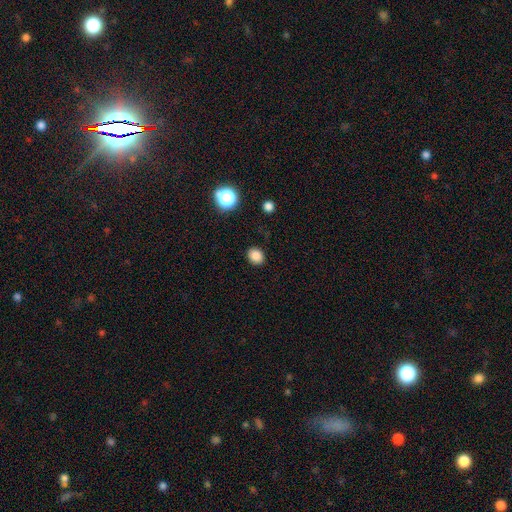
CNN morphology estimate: Smooth or featured: smooth — 84% (star or artifact — 12%)
How rounded: round — 62% (in between — 37%)
Merging: none — 88% (minor disturbance — 8%)